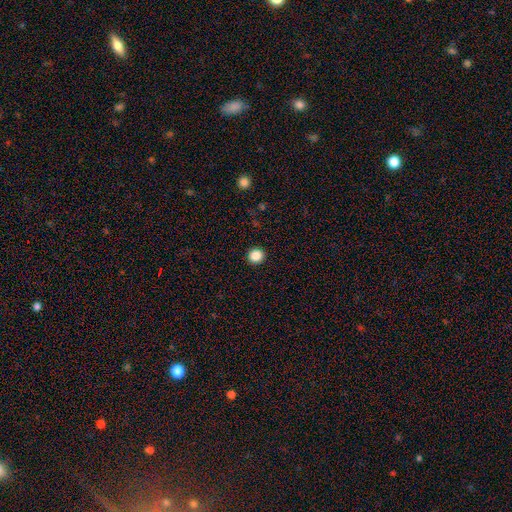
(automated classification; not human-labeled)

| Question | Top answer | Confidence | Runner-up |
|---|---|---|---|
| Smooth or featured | smooth | 87% | star or artifact (10%) |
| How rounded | round | 91% | in between (9%) |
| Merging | none | 93% | minor disturbance (4%) |